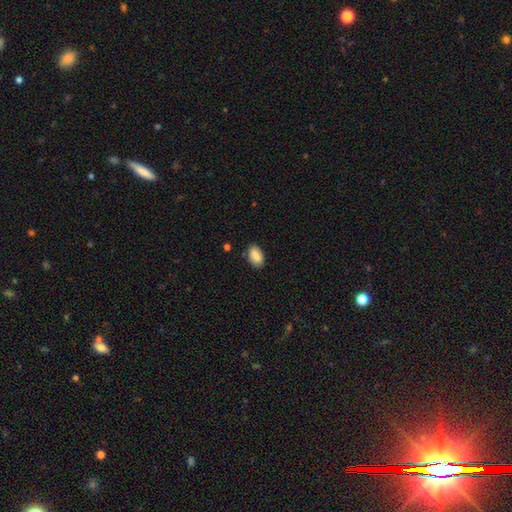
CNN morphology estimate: A smooth galaxy with no disk features (85%) that is in between round and cigar-shaped (91%). Merging: none (82%).